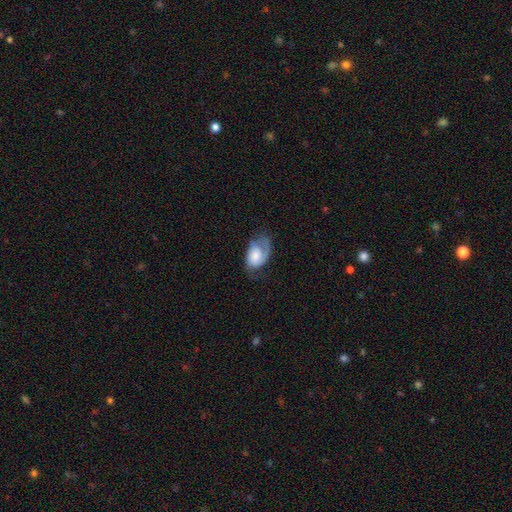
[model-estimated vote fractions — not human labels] Smooth or featured? featured or disk (60%)
Edge-on disk? no (96%)
Bar? no (71%)
Spiral arms? yes (87%)
Spiral winding? medium (39%)
Spiral arm count? 1 (49%)
Bulge size? moderate (34%)
Merging? none (47%)